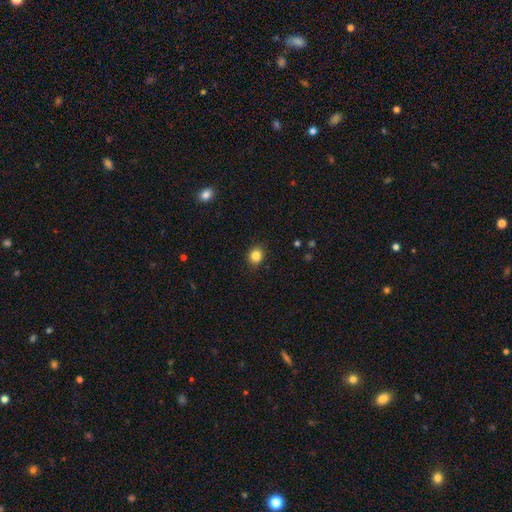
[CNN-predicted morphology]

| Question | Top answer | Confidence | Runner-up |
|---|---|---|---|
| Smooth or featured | smooth | 85% | star or artifact (11%) |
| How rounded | round | 70% | in between (29%) |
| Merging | none | 88% | minor disturbance (9%) |